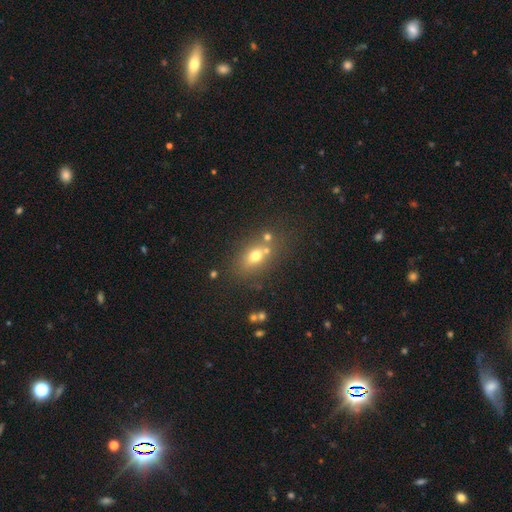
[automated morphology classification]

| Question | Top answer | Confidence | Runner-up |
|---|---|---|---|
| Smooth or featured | smooth | 66% | featured or disk (19%) |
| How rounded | in between | 66% | round (30%) |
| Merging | none | 57% | merger (23%) |